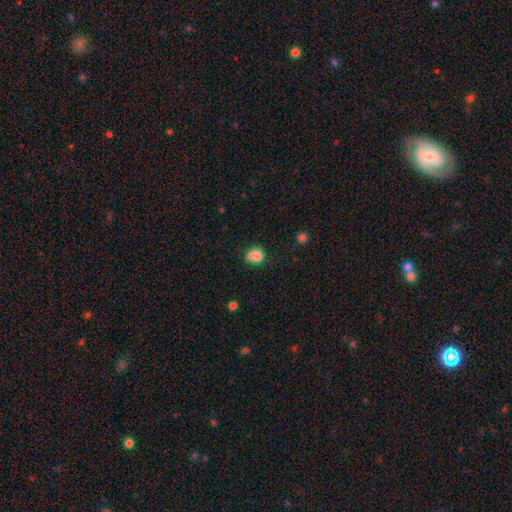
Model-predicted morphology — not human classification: type=smooth (77%); roundness=round (54%); merging=none (39%).